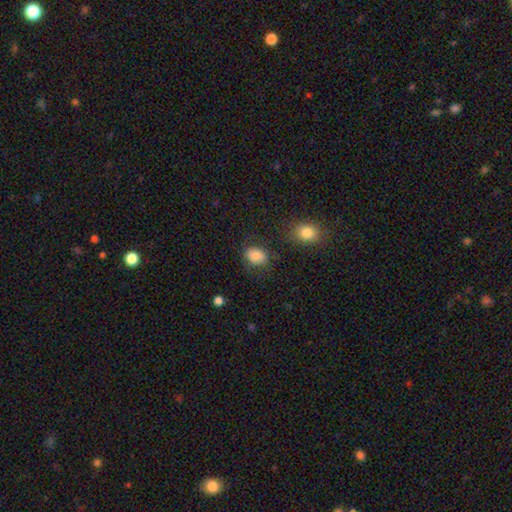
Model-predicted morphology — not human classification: A smooth galaxy with no disk features (83%) that is in between round and cigar-shaped (65%).

Vote fractions:
- Smooth or featured? smooth: 83% / star or artifact: 9% / featured or disk: 8%
- How rounded? in between: 65% / round: 33% / cigar-shaped: 1%
- Merging? none: 72% / minor disturbance: 17% / major disturbance: 7% / merger: 4%